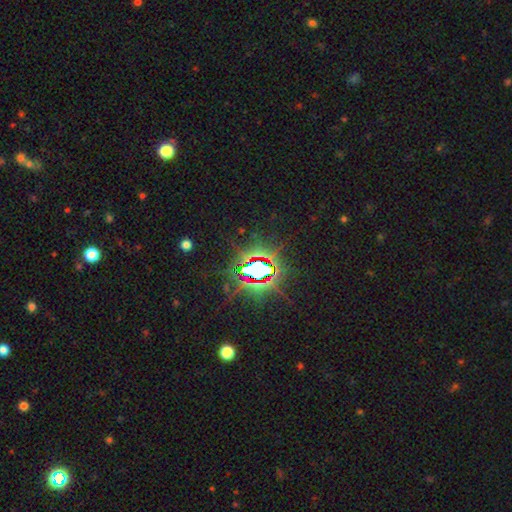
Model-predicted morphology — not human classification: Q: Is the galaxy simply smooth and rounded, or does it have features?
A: star or artifact — 85%.